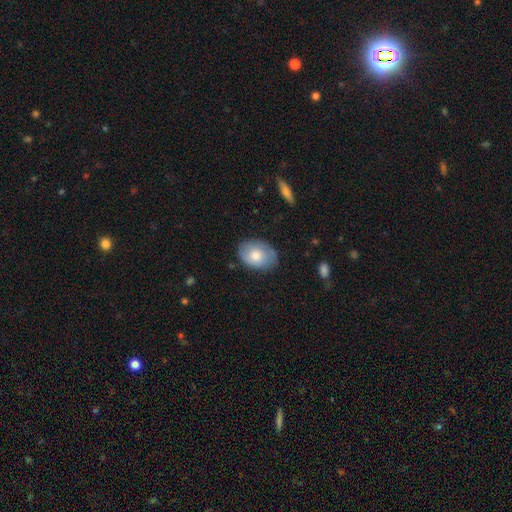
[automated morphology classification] The model was most divided on "smooth or featured": smooth: 71%, featured or disk: 23%, star or artifact: 6%. More confident: how rounded — in between (81%); merging — none (77%).